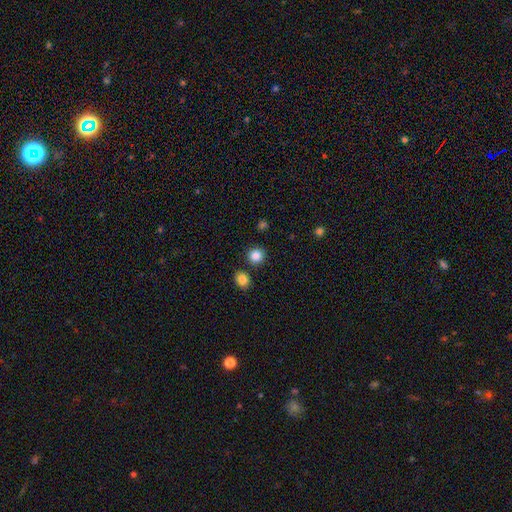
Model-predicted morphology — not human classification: This appears to be a smooth galaxy with no disk features (86%) that is round (92%). Merging: none (86%).